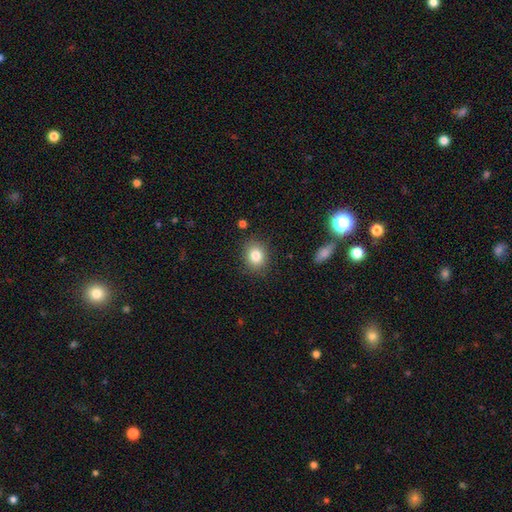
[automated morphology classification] This is clearly a smooth galaxy (83%). How rounded: likely round (63%). Merging: clearly none (86%).